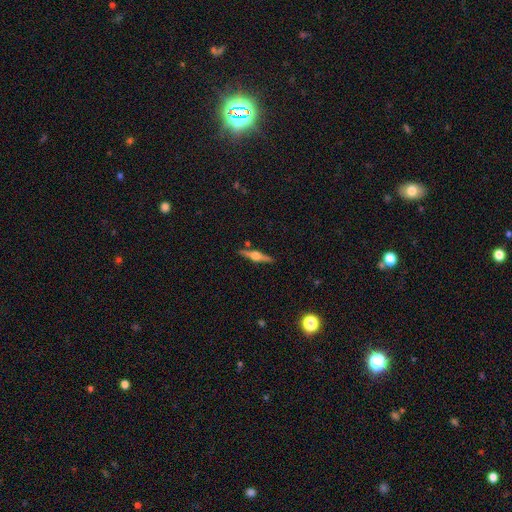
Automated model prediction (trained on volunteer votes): This is likely a featured or disk galaxy (77%). It is clearly viewed edge-on (98%). Edge-on bulge: clearly rounded (93%). Merging: clearly none (90%).